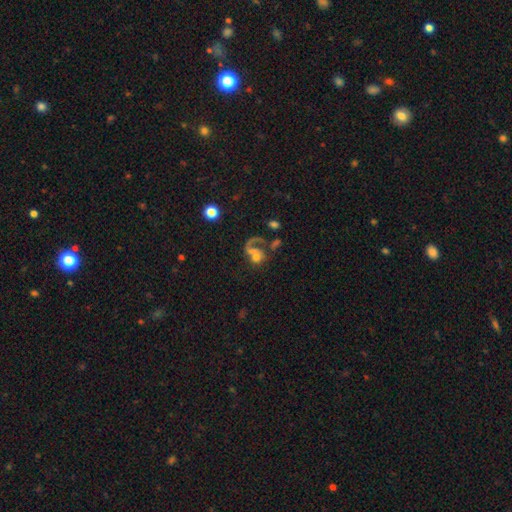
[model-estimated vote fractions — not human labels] The model was most divided on "merging": major disturbance: 35%, none: 27%, merger: 27%, minor disturbance: 11%. Remaining: edge-on disk — no (97%); bar — no (78%); spiral arms — yes (70%); smooth or featured — featured or disk (56%); bulge size — moderate (39%).